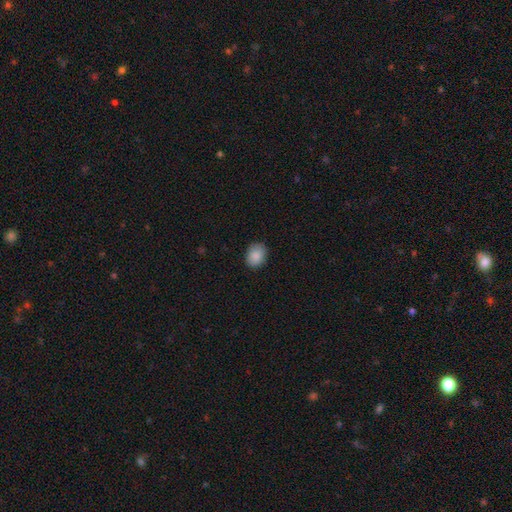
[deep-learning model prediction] Smooth or featured: smooth — 89% (star or artifact — 7%)
How rounded: in between — 63% (round — 36%)
Merging: none — 85% (minor disturbance — 12%)